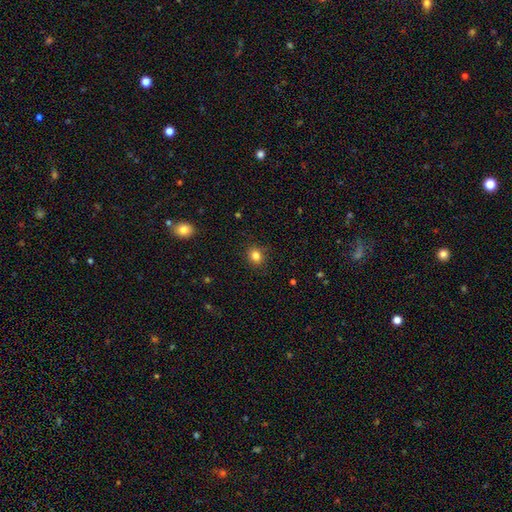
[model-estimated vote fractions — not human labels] This is clearly a smooth galaxy (82%). How rounded: likely round (76%). Merging: clearly none (86%).